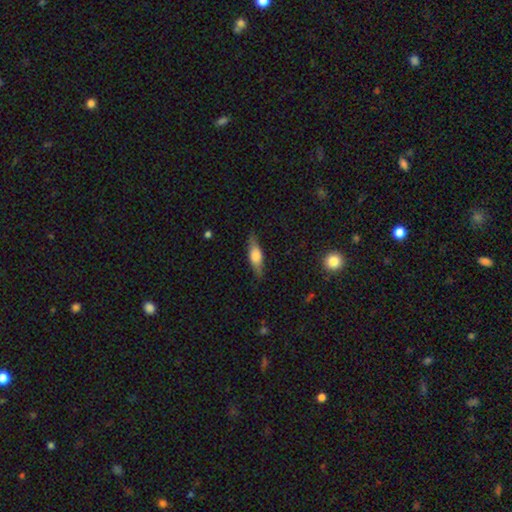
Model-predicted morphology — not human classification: This appears to be a smooth galaxy with no disk features (55%) that is in between round and cigar-shaped (50%). Merging: none (82%).